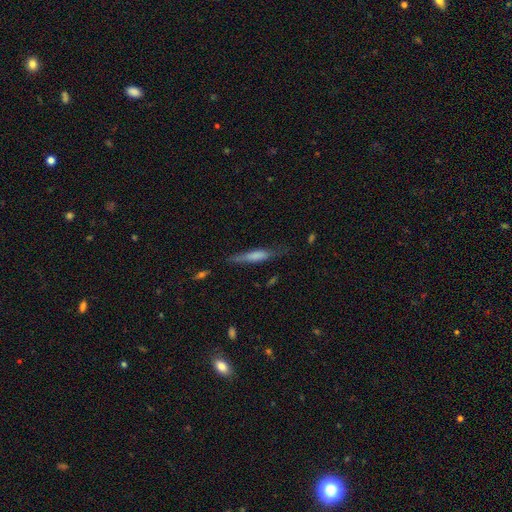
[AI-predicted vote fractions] Smooth or featured? Predicted: smooth (p=0.61). How rounded? Predicted: cigar-shaped (p=0.82). Merging? Predicted: none (p=0.61).